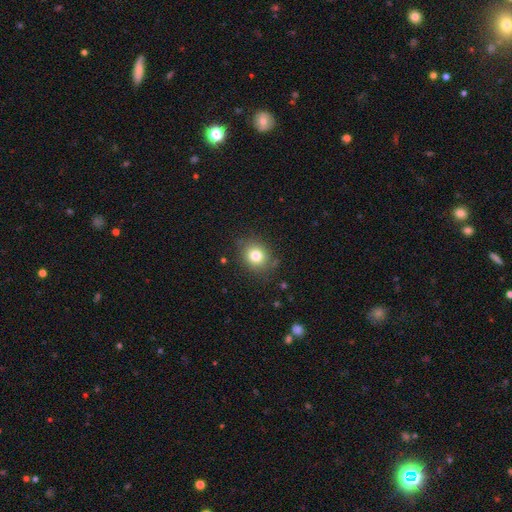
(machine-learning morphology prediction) smooth-or-featured: smooth: 79% | star or artifact: 12% | featured or disk: 9%
  how-rounded: round: 73% | in between: 26% | cigar-shaped: 1%
  merging: none: 83% | minor disturbance: 12% | major disturbance: 3% | merger: 2%